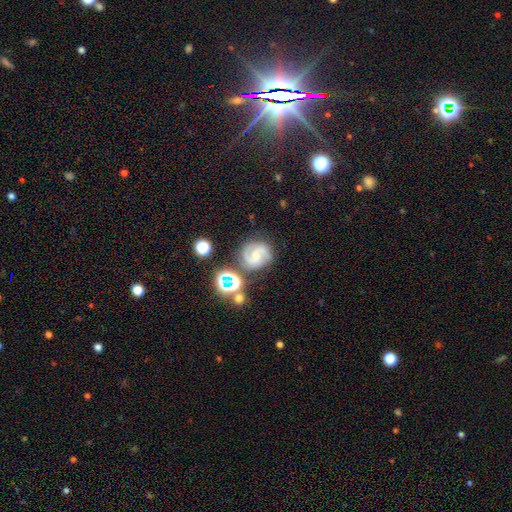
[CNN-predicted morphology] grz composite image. It shows a featured or disk galaxy (77%) with a weak bar (46%), 2 (83%) medium (55%) spiral arms (96%) and a small central bulge (56%). Merging: none (73%).